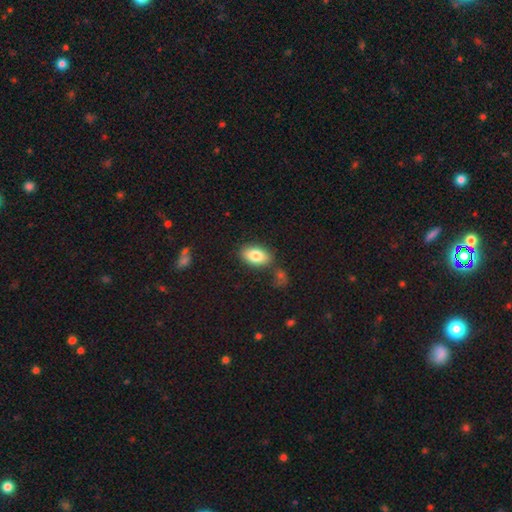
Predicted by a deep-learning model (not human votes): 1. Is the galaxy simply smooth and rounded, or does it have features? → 81% smooth, 11% featured or disk, 7% star or artifact.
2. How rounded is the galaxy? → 91% in between, 7% round, 2% cigar-shaped.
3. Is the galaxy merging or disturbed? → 76% none, 12% minor disturbance, 8% merger, 4% major disturbance.